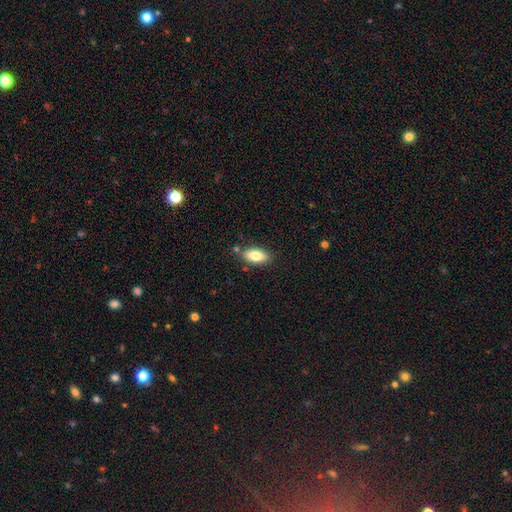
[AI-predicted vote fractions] Morphology: type=smooth (79%); roundness=in between (88%); merging=none (80%).